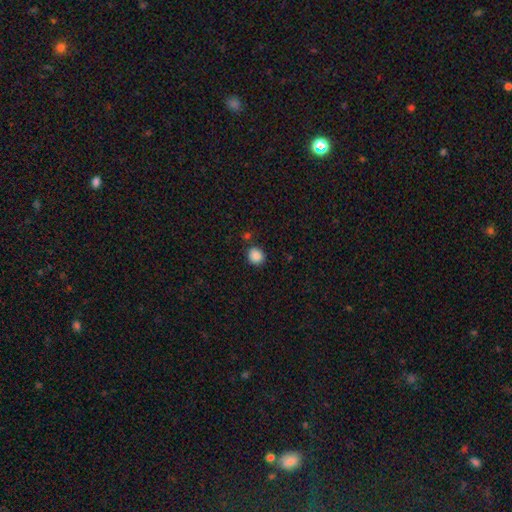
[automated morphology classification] This appears to be a smooth galaxy with no disk features (87%) that is round (78%). Merging: none (80%).